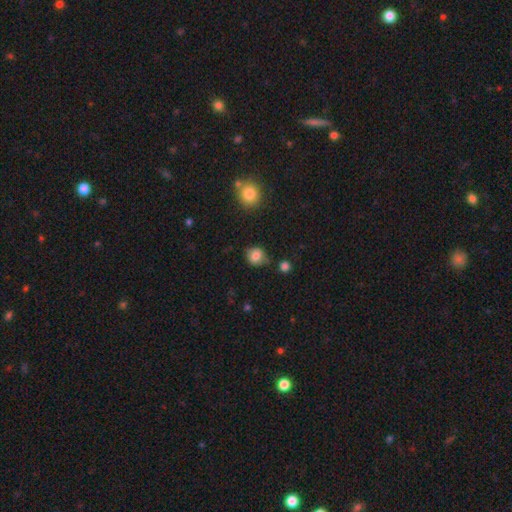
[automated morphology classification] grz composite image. It shows a smooth galaxy with no disk features (80%) that is round (75%). Merging: none (74%).